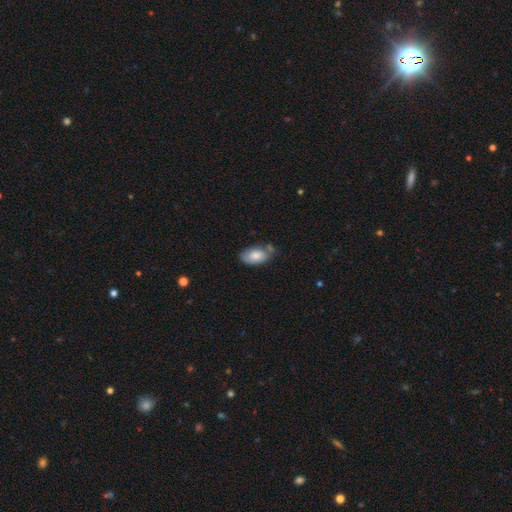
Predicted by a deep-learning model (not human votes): smooth-or-featured: smooth: 78% | featured or disk: 16% | star or artifact: 6%
  how-rounded: in between: 94% | round: 4% | cigar-shaped: 2%
  merging: none: 58% | minor disturbance: 27% | merger: 9% | major disturbance: 6%